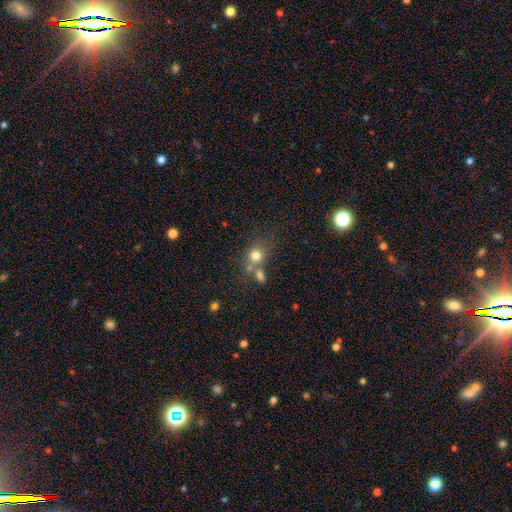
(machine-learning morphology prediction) This appears to be a smooth galaxy with no disk features (74%) that is round (75%). Merging: none (47%).